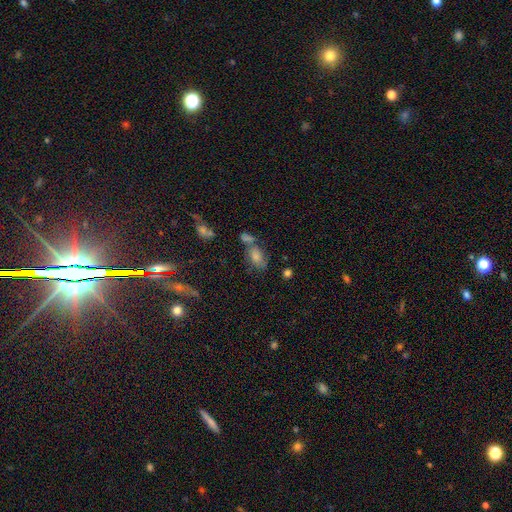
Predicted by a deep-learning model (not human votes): The model was most divided on "smooth or featured": smooth: 45%, star or artifact: 32%, featured or disk: 23%. Remaining: merging — none (49%).